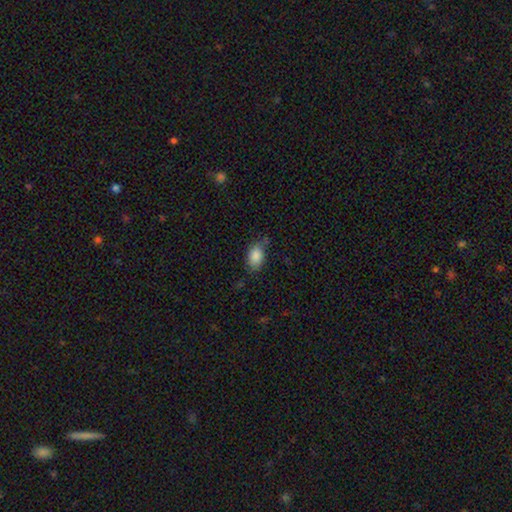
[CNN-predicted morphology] The model was most divided on "merging": none: 68%, minor disturbance: 23%, major disturbance: 5%, merger: 3%. More confident: how rounded — in between (87%); smooth or featured — smooth (87%).